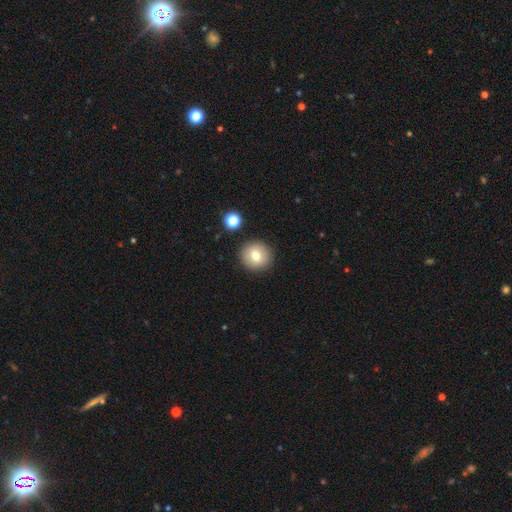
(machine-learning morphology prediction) A smooth galaxy with no disk features (75%) that is round (93%). Merging: none (89%).